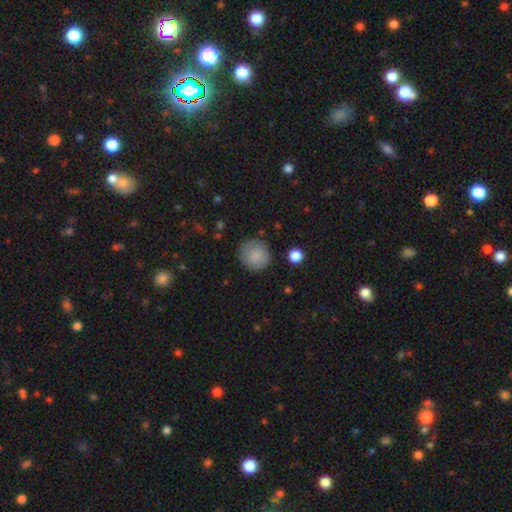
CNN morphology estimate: Q: Smooth or featured?
A: smooth (78%); runner-up: featured or disk (14%)
Q: How rounded?
A: round (91%); runner-up: in between (8%)
Q: Merging?
A: none (82%); runner-up: minor disturbance (12%)